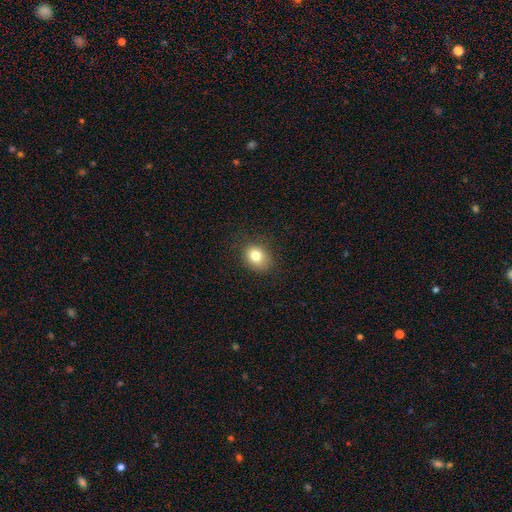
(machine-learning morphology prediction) Smooth or featured: smooth — 81% (star or artifact — 11%)
How rounded: in between — 51% (round — 48%)
Merging: none — 83% (minor disturbance — 13%)